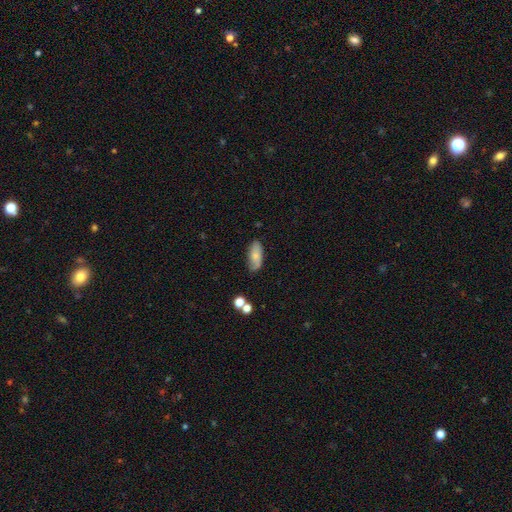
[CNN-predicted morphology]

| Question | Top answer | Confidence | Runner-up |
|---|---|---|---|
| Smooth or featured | smooth | 67% | featured or disk (25%) |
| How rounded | in between | 84% | cigar-shaped (13%) |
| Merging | none | 71% | minor disturbance (22%) |